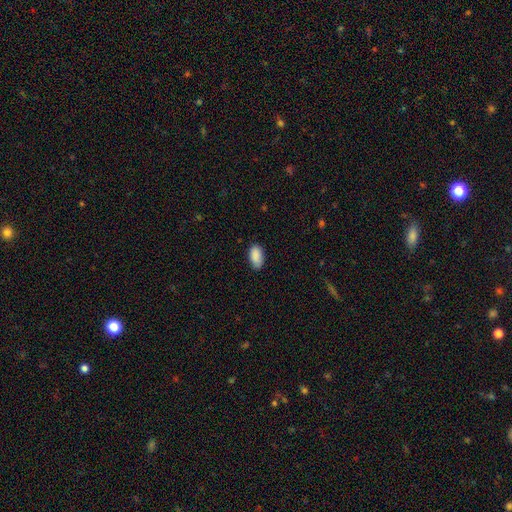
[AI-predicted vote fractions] Morphology: type=smooth (89%); roundness=in between (94%); merging=none (81%).